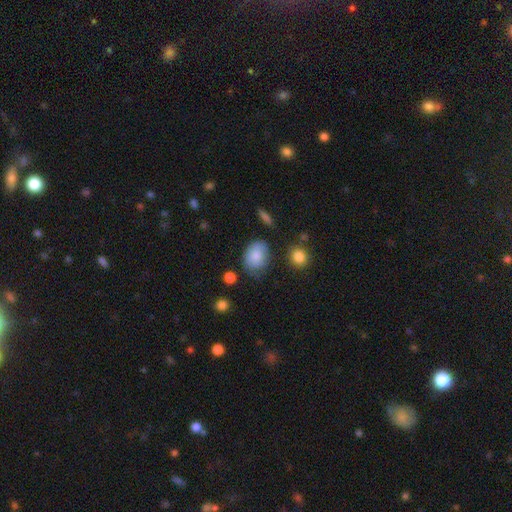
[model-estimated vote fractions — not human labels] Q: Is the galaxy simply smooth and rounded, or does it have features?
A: smooth — 80%.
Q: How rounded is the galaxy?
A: in between — 62%.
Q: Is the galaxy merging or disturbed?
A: none — 61%.